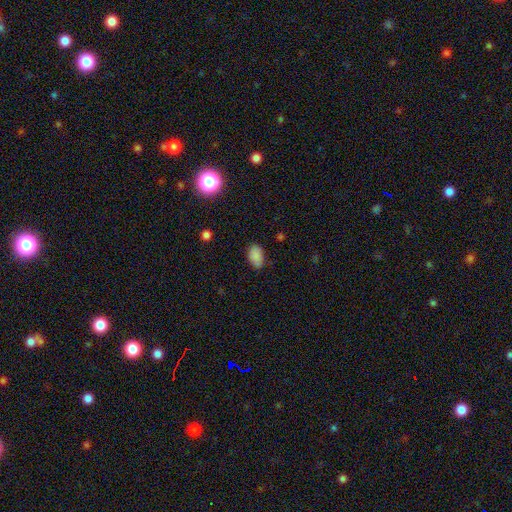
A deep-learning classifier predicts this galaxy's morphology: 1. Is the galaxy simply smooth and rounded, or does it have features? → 85% smooth, 10% star or artifact, 5% featured or disk.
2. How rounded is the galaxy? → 89% in between, 10% round, 1% cigar-shaped.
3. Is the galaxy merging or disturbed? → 75% none, 20% minor disturbance, 4% major disturbance, 2% merger.